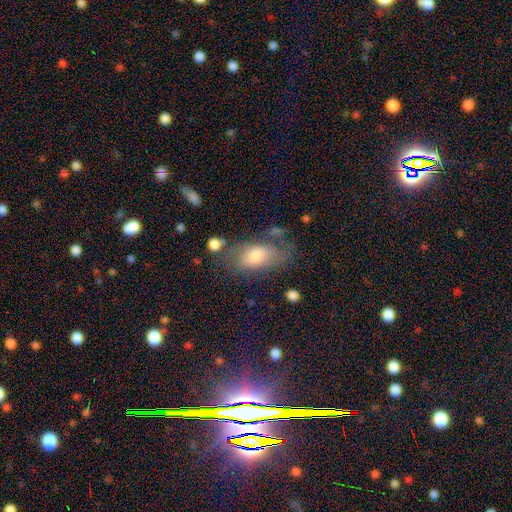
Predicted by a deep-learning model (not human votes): Overall: smooth (68%). How rounded: in between (89%). Merging: none (56%; minor disturbance 25%).